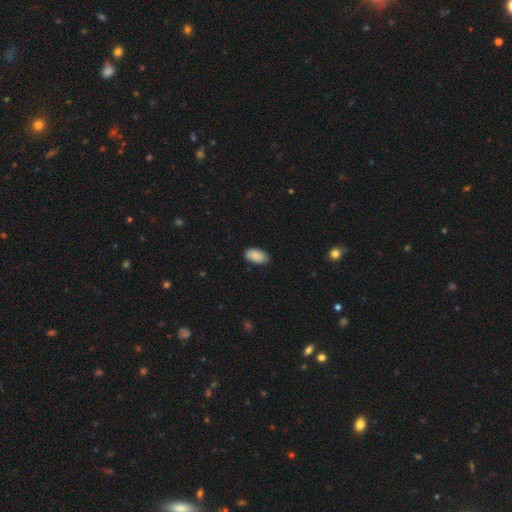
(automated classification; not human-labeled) This is clearly a smooth galaxy (89%). How rounded: clearly in between (95%). Merging: clearly none (82%).